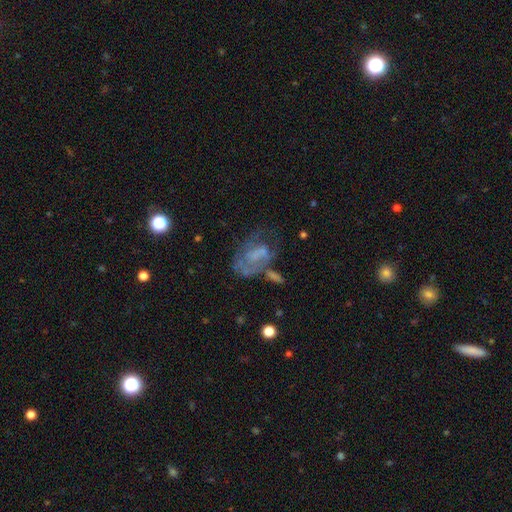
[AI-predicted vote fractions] smooth_or_featured: featured or disk (p=0.55) [alt: smooth p=0.30]
disk_edge_on: no (p=0.96) [alt: yes p=0.04]
bar: no (p=0.72) [alt: weak p=0.22]
has_spiral_arms: no (p=0.61) [alt: yes p=0.39]
bulge_size: none (p=0.59) [alt: small p=0.20]
merging: major disturbance (p=0.36) [alt: none p=0.31]